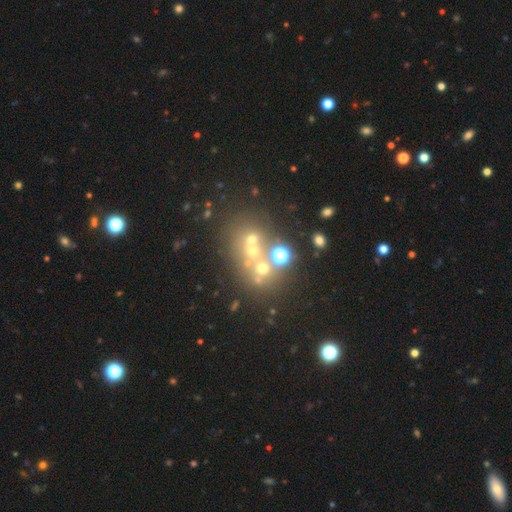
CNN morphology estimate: Smooth or featured? Predicted: star or artifact (p=0.38).